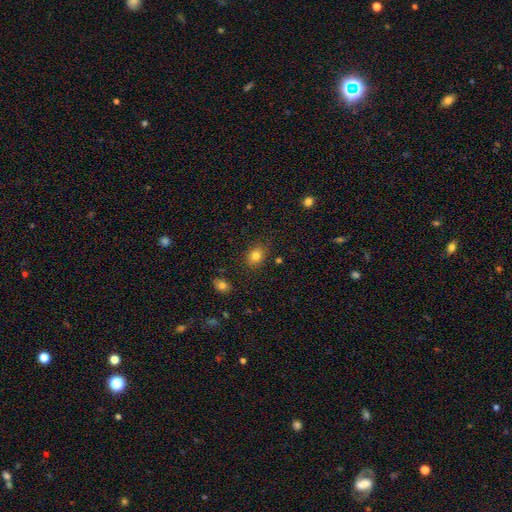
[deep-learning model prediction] smooth 81%, star or artifact 11%, featured or disk 7%. Down the decision tree: how rounded — in between (53%); merging — none (81%).